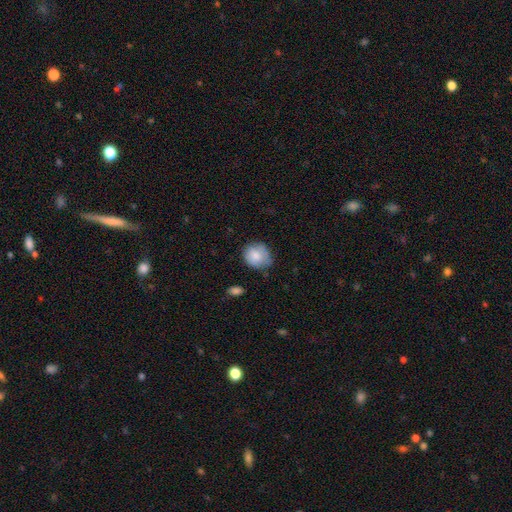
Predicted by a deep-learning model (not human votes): Morphology: type=smooth (80%); roundness=round (74%); merging=none (60%).